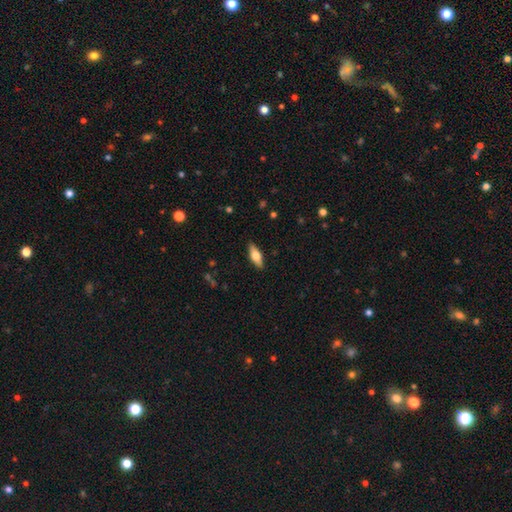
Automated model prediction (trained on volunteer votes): smooth-or-featured: smooth: 58% | featured or disk: 36% | star or artifact: 6%
  how-rounded: in between: 66% | cigar-shaped: 31% | round: 3%
  merging: none: 89% | minor disturbance: 8% | major disturbance: 2% | merger: 1%